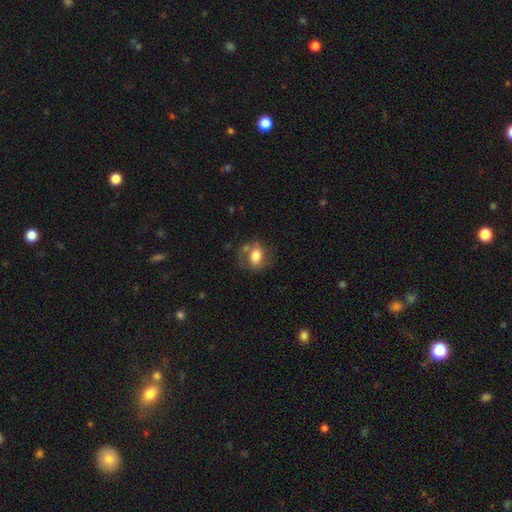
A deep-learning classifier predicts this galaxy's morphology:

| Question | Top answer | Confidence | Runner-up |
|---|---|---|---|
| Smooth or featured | smooth | 66% | featured or disk (26%) |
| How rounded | in between | 67% | round (32%) |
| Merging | none | 58% | minor disturbance (22%) |